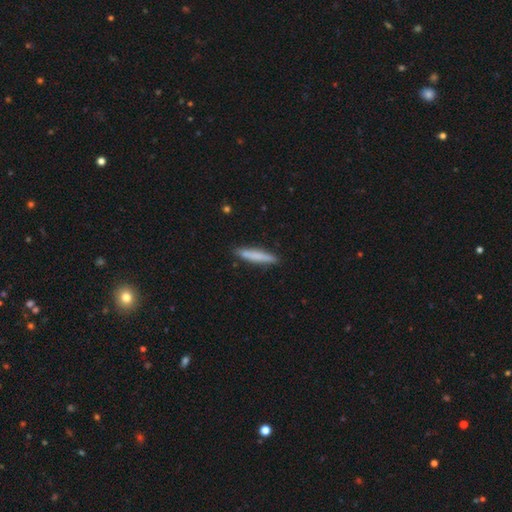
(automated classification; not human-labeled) This is likely a smooth galaxy (76%). How rounded: clearly cigar-shaped (93%). Merging: clearly none (89%).